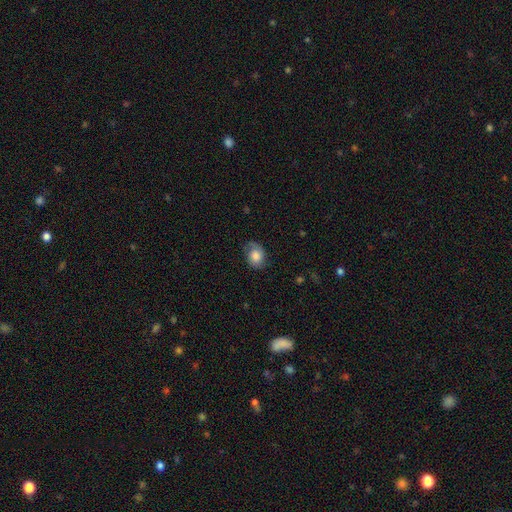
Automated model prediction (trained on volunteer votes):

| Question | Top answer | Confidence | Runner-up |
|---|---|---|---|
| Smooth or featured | smooth | 61% | featured or disk (31%) |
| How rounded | in between | 57% | round (42%) |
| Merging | none | 61% | minor disturbance (26%) |